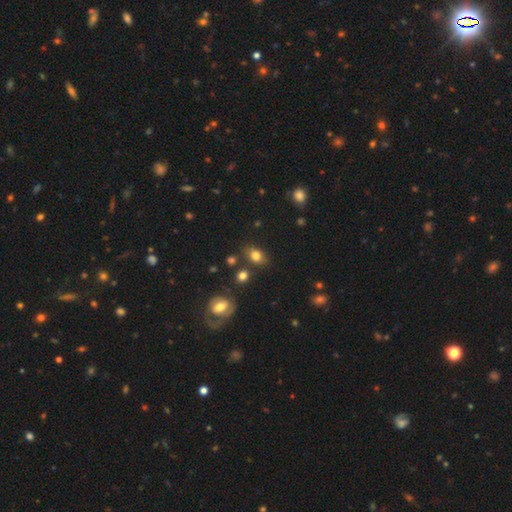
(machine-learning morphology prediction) smooth 80%, star or artifact 11%, featured or disk 9%. Down the decision tree: how rounded — in between (71%); merging — none (75%).